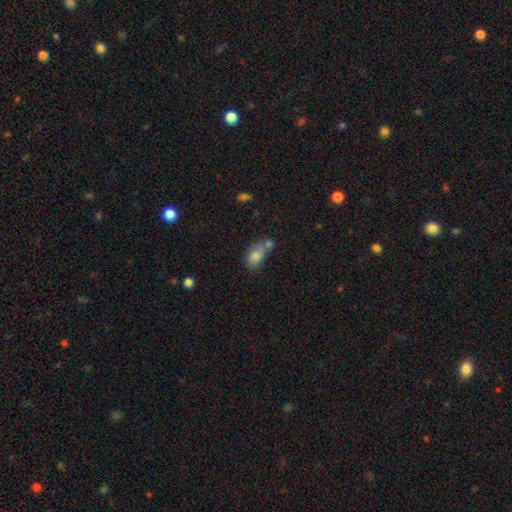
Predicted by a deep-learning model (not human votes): Smooth or featured? Predicted: smooth (p=0.81). How rounded? Predicted: in between (p=0.88). Merging? Predicted: none (p=0.40).